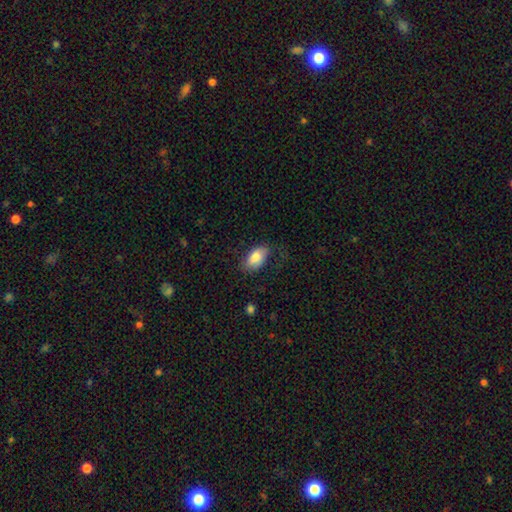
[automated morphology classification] type=smooth (80%); roundness=in between (93%); merging=none (64%).